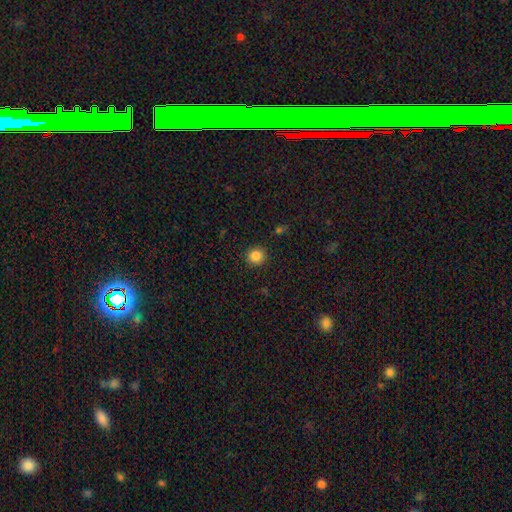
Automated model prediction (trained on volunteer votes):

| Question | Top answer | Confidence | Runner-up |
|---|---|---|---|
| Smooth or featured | smooth | 85% | star or artifact (11%) |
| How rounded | round | 92% | in between (7%) |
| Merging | none | 92% | minor disturbance (5%) |